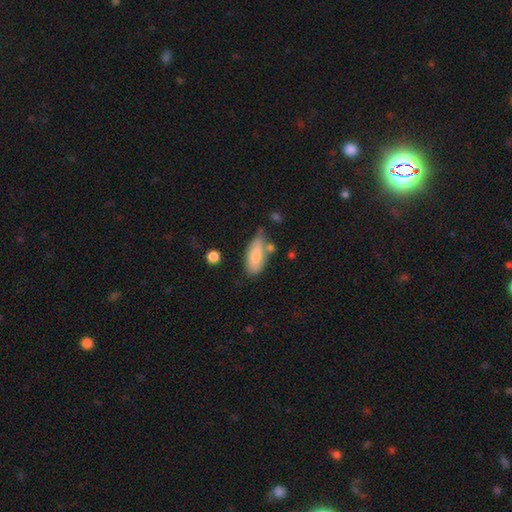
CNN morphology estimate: A smooth galaxy with no disk features (78%) that is in between round and cigar-shaped (81%). Merging: none (61%).